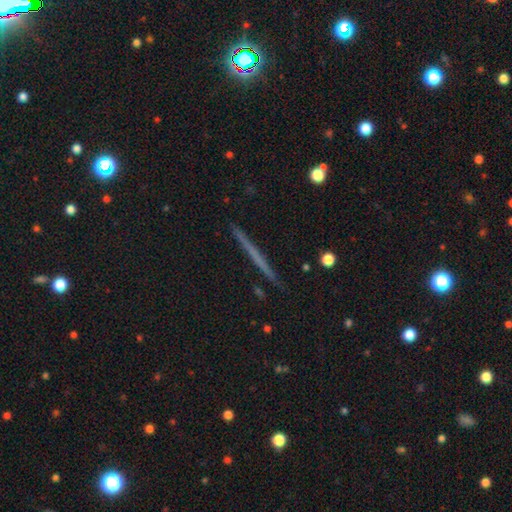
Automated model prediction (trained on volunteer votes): Smooth or featured?
  - featured or disk: 56% *
  - smooth: 36%
  - star or artifact: 8%
Edge-on disk?
  - yes: 98% *
  - no: 2%
Edge-on bulge?
  - none: 89% *
  - rounded: 8%
  - boxy: 3%
Merging?
  - none: 92% *
  - minor disturbance: 6%
  - major disturbance: 1%
  - merger: 1%